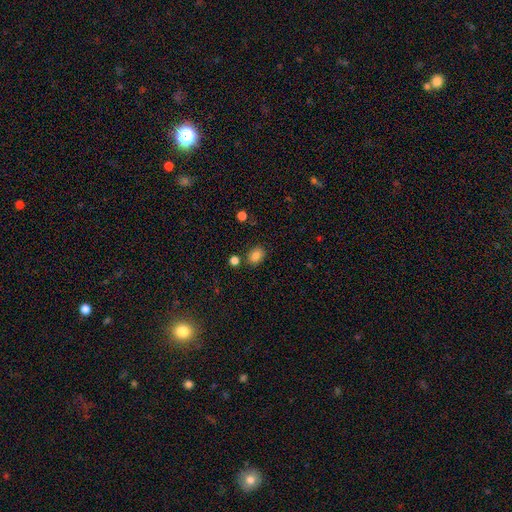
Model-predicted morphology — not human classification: This is clearly a smooth galaxy (84%). How rounded: likely in between (63%). Merging: clearly none (80%).